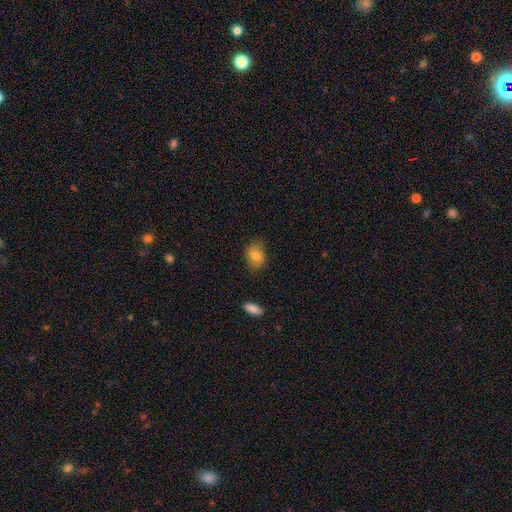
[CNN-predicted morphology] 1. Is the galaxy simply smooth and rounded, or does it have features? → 83% smooth, 9% star or artifact, 9% featured or disk.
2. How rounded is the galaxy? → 66% in between, 33% round, 1% cigar-shaped.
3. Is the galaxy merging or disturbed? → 76% none, 19% minor disturbance, 4% major disturbance, 2% merger.